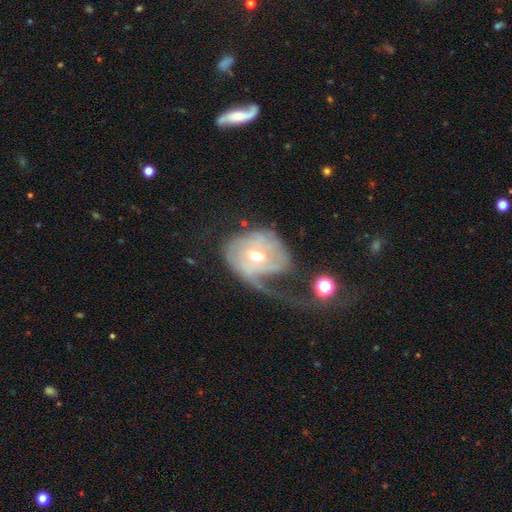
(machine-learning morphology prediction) This appears to be a featured or disk galaxy (70%) with no bar (59%), spiral arms (72%) and a moderate central bulge (72%). Merging: major disturbance (55%).